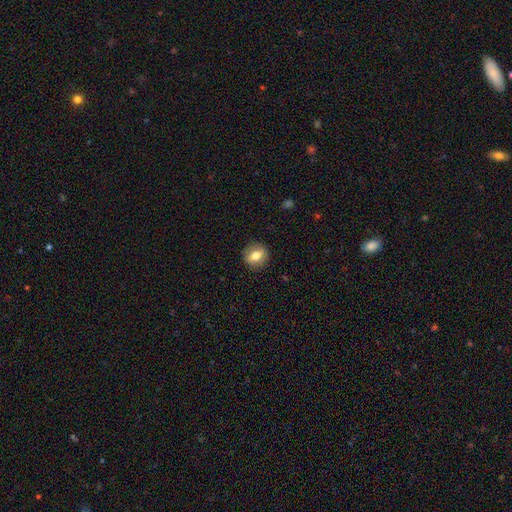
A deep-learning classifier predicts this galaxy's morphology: smooth-or-featured: smooth: 66% | featured or disk: 25% | star or artifact: 9%
  how-rounded: round: 78% | in between: 21% | cigar-shaped: 1%
  merging: none: 89% | minor disturbance: 8% | major disturbance: 2% | merger: 1%